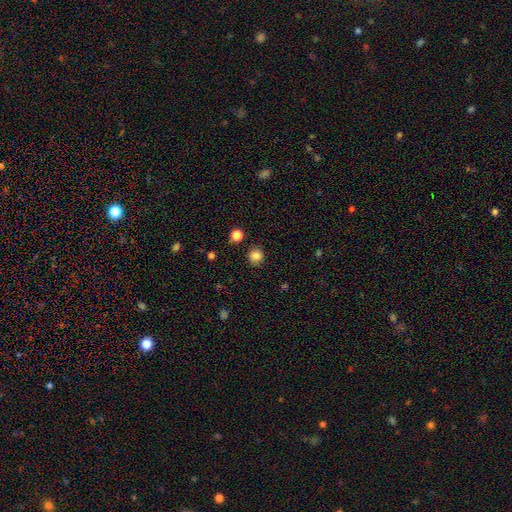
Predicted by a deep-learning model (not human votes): Smooth or featured? smooth (85%)
How rounded? round (87%)
Merging? none (88%)